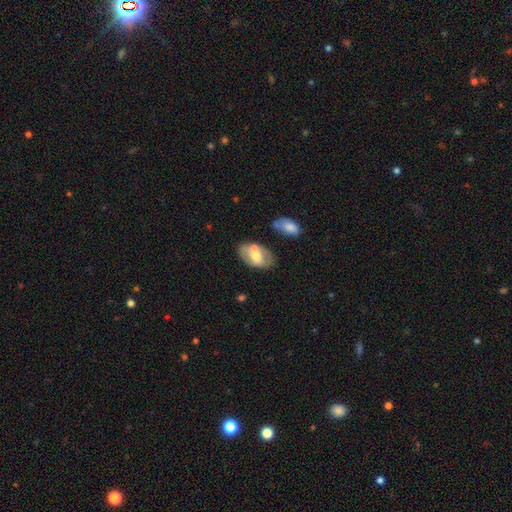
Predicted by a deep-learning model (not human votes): Smooth or featured? smooth (51%)
How rounded? in between (91%)
Merging? none (58%)